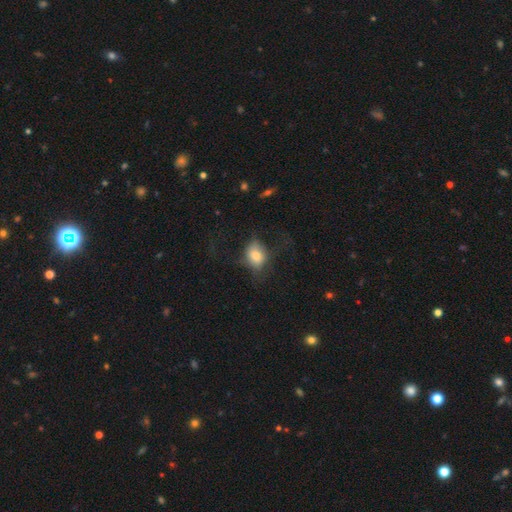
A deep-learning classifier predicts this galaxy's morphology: A smooth galaxy with no disk features (72%) that is in between round and cigar-shaped (63%).

Vote fractions:
- Smooth or featured? smooth: 72% / featured or disk: 19% / star or artifact: 9%
- How rounded? in between: 63% / round: 35% / cigar-shaped: 2%
- Merging? none: 45% / major disturbance: 31% / minor disturbance: 23% / merger: 2%